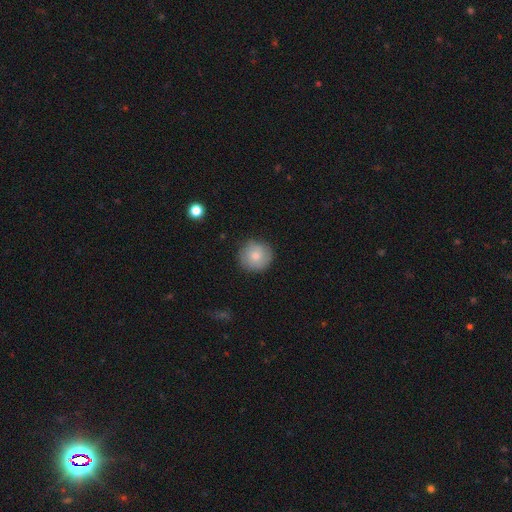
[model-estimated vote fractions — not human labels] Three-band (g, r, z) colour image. It shows a smooth galaxy with no disk features (79%) that is round (94%). Merging: none (86%).